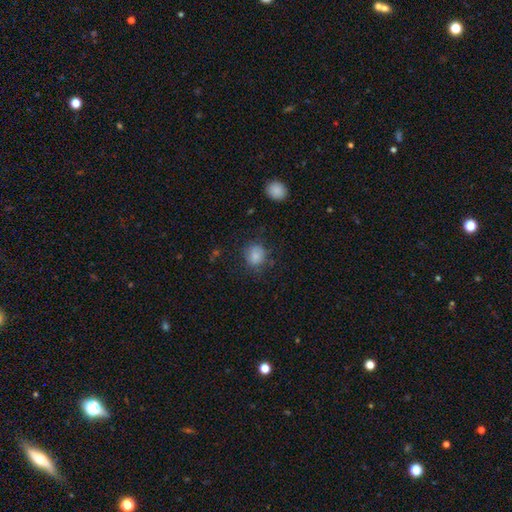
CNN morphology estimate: Smooth or featured?
  - smooth: 82% *
  - star or artifact: 10%
  - featured or disk: 8%
How rounded?
  - round: 75% *
  - in between: 24%
  - cigar-shaped: 1%
Merging?
  - none: 71% *
  - minor disturbance: 19%
  - major disturbance: 7%
  - merger: 2%